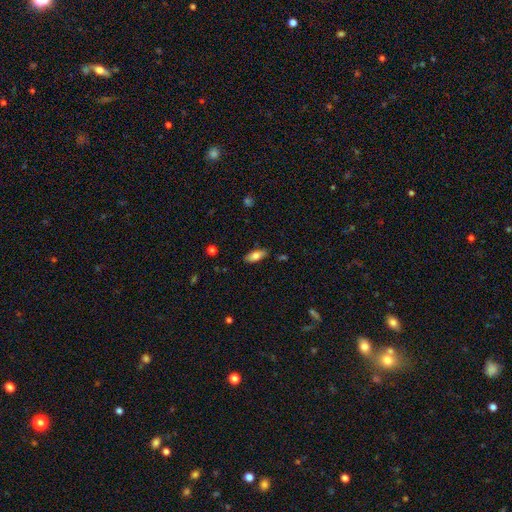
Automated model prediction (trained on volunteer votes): Overall: smooth (78%). How rounded: in between (79%). Merging: none (84%).